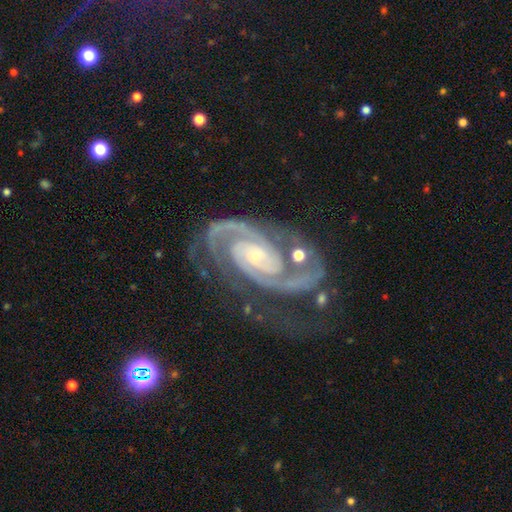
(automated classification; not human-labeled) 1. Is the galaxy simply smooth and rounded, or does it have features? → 93% featured or disk, 5% star or artifact, 2% smooth.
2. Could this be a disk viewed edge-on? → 97% no, 3% yes.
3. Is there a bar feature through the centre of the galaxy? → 60% no, 27% weak, 14% strong.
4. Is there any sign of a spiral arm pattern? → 99% yes, 1% no.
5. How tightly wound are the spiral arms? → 64% tight, 31% medium, 4% loose.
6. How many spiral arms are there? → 86% 2, 5% 3, 3% can't tell, 2% 1, 2% 4, 2% more than 4.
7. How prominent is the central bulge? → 72% small, 22% moderate, 3% none, 2% large, 1% dominant.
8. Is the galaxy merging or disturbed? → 64% none, 19% minor disturbance, 12% major disturbance, 5% merger.